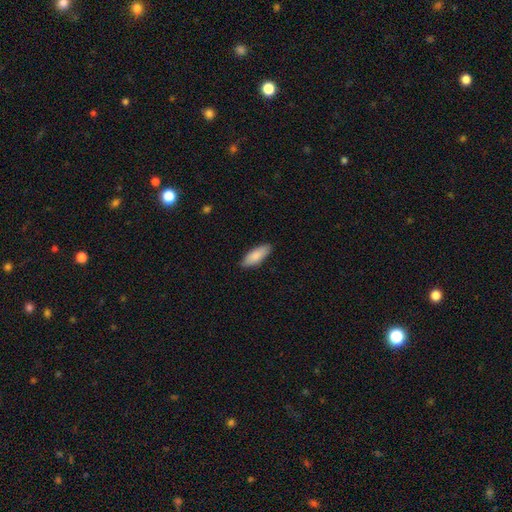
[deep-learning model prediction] Smooth or featured? smooth (86%)
How rounded? in between (69%)
Merging? none (87%)